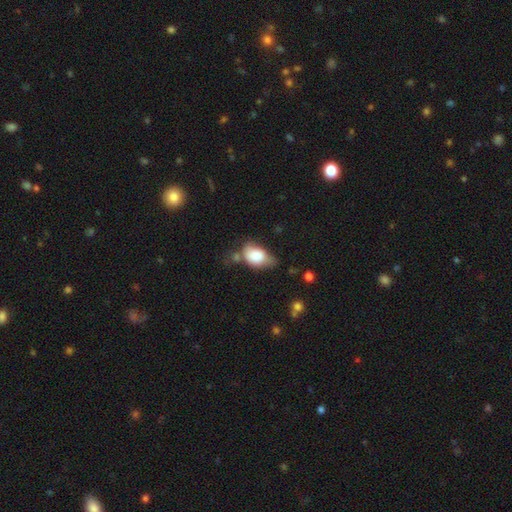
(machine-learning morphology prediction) Smooth or featured?
  - smooth: 81% *
  - featured or disk: 11%
  - star or artifact: 8%
How rounded?
  - in between: 84% *
  - round: 14%
  - cigar-shaped: 2%
Merging?
  - minor disturbance: 38% *
  - none: 29%
  - major disturbance: 17%
  - merger: 15%